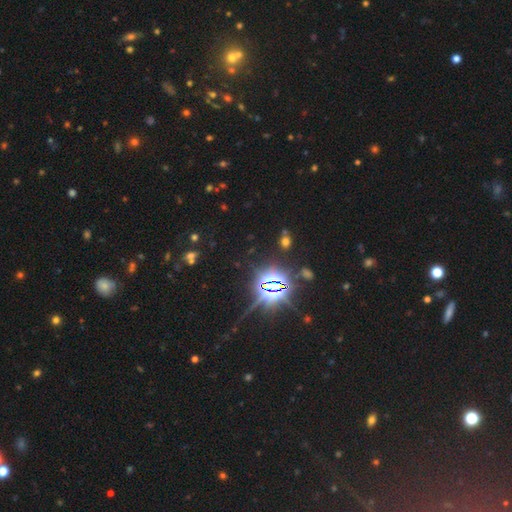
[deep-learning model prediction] smooth_or_featured: star or artifact (p=0.76) [alt: smooth p=0.18]